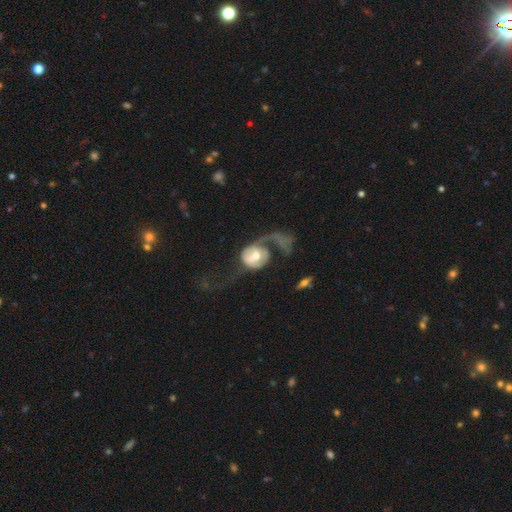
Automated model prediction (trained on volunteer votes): A featured or disk galaxy (64%) with no bar (53%), spiral arms (65%) and a moderate central bulge (63%). Merging: major disturbance (61%).